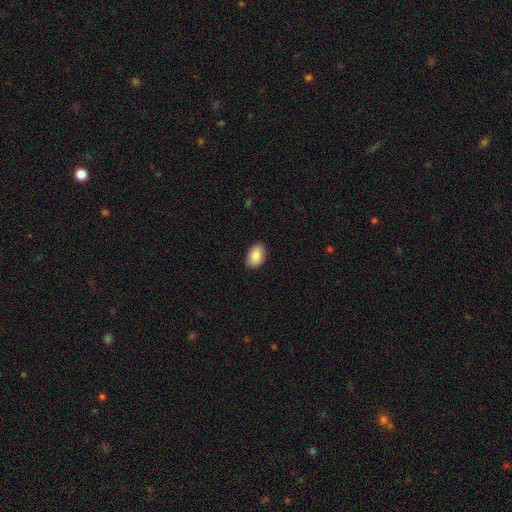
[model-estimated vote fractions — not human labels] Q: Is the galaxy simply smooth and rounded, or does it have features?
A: smooth — 87%.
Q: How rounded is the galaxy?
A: in between — 90%.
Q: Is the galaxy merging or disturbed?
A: none — 89%.